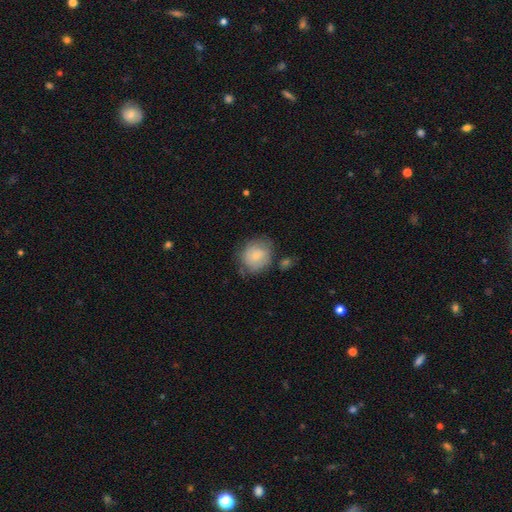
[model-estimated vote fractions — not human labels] smooth-or-featured: smooth: 72% | featured or disk: 21% | star or artifact: 7%
  how-rounded: round: 74% | in between: 25% | cigar-shaped: 1%
  merging: none: 62% | minor disturbance: 23% | major disturbance: 8% | merger: 7%